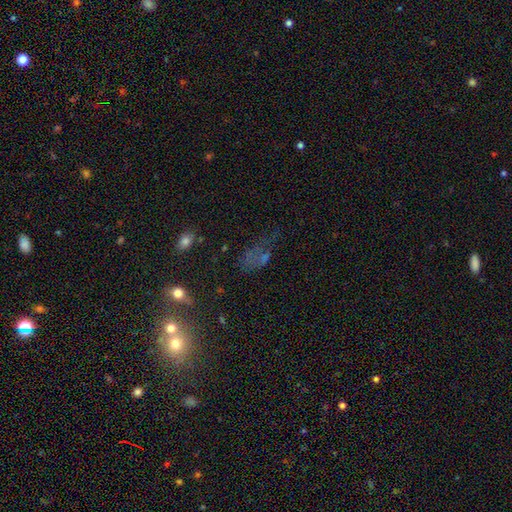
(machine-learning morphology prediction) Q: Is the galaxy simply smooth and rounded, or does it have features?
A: star or artifact — 40%.